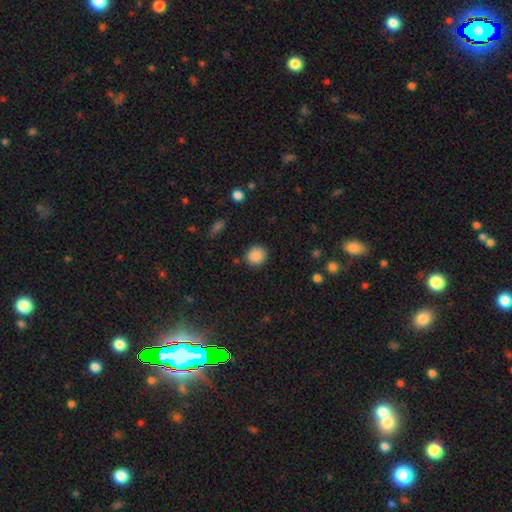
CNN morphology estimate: Smooth or featured? smooth (88%)
How rounded? round (83%)
Merging? none (87%)